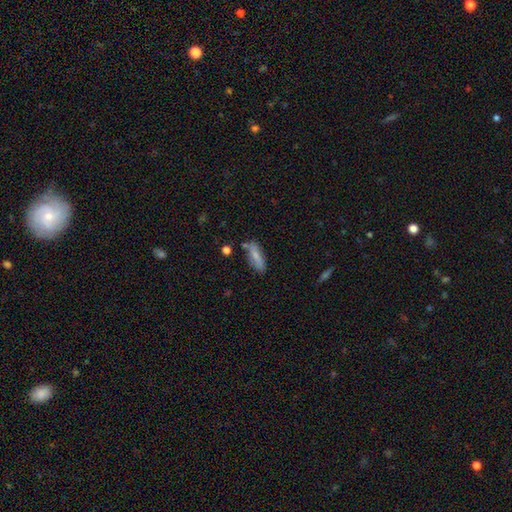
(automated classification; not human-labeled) This is likely a smooth galaxy (76%). How rounded: possibly in between (52%). Merging: likely none (72%).